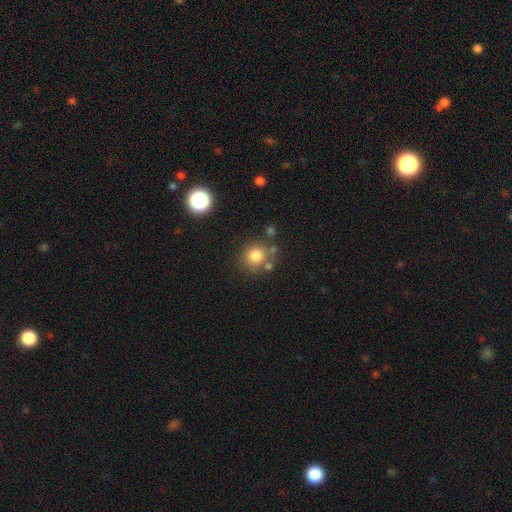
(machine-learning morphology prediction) Smooth or featured? smooth (79%)
How rounded? round (90%)
Merging? none (70%)